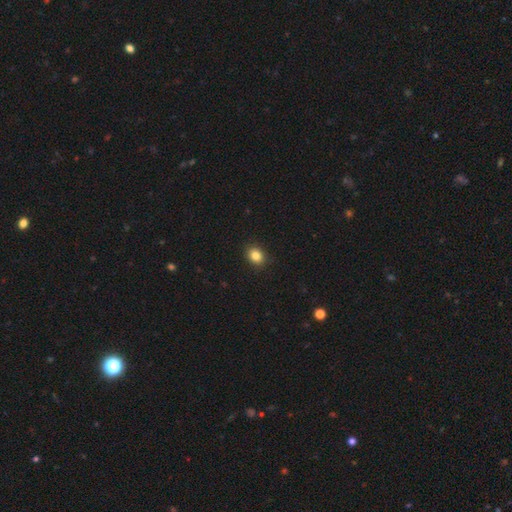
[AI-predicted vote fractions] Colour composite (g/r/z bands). It shows a smooth galaxy with no disk features (85%) that is in between round and cigar-shaped (53%). Merging: none (90%).